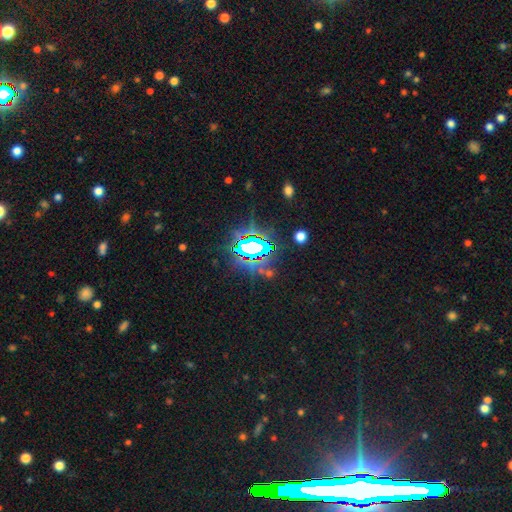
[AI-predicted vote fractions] Q: Smooth or featured?
A: star or artifact (77%); runner-up: smooth (13%)